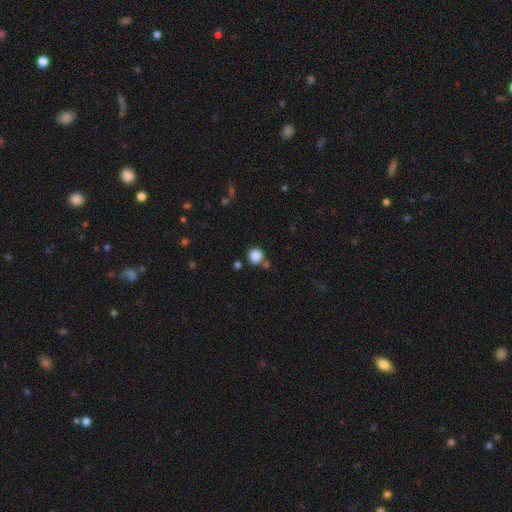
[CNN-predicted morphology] A smooth galaxy with no disk features (86%) that is round (88%).

Vote fractions:
- Smooth or featured? smooth: 86% / star or artifact: 11% / featured or disk: 4%
- How rounded? round: 88% / in between: 11% / cigar-shaped: 1%
- Merging? none: 76% / merger: 10% / minor disturbance: 10% / major disturbance: 4%